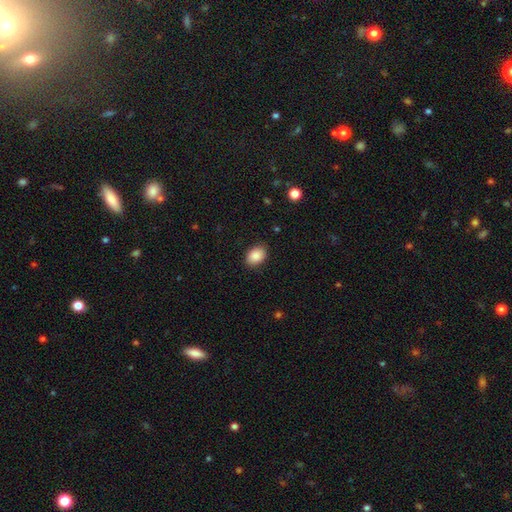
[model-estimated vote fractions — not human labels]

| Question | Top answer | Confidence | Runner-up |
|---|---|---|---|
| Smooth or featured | smooth | 88% | star or artifact (8%) |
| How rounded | in between | 80% | round (19%) |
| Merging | none | 87% | minor disturbance (10%) |